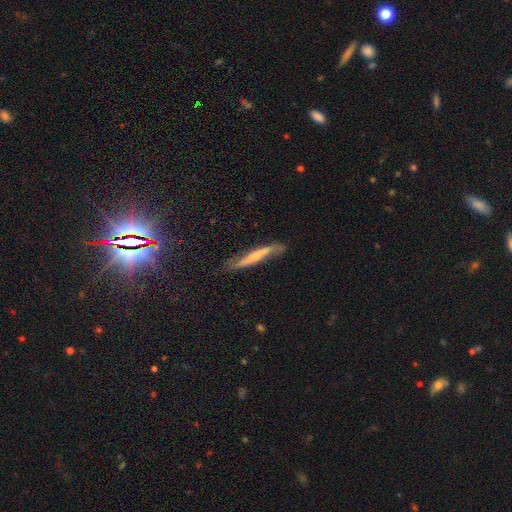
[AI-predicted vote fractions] Smooth or featured? Predicted: featured or disk (p=0.59). Edge-on disk? Predicted: yes (p=0.77). Merging? Predicted: none (p=0.69).